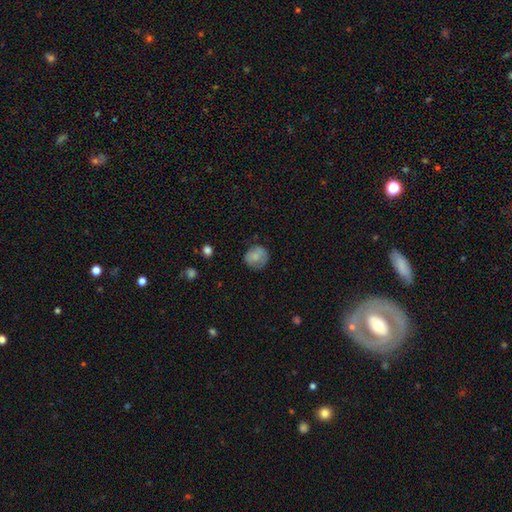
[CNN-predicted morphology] smooth_or_featured: smooth (p=0.75) [alt: featured or disk p=0.17]
how_rounded: round (p=0.83) [alt: in between p=0.17]
merging: none (p=0.70) [alt: minor disturbance p=0.21]